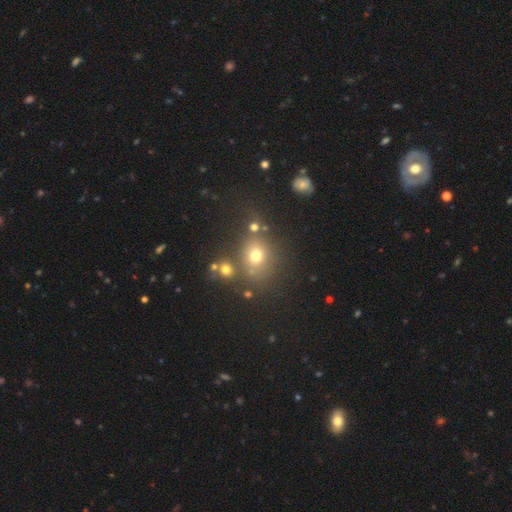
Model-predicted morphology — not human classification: Q: Smooth or featured?
A: smooth (68%); runner-up: star or artifact (21%)
Q: How rounded?
A: round (69%); runner-up: in between (29%)
Q: Merging?
A: none (69%); runner-up: merger (13%)